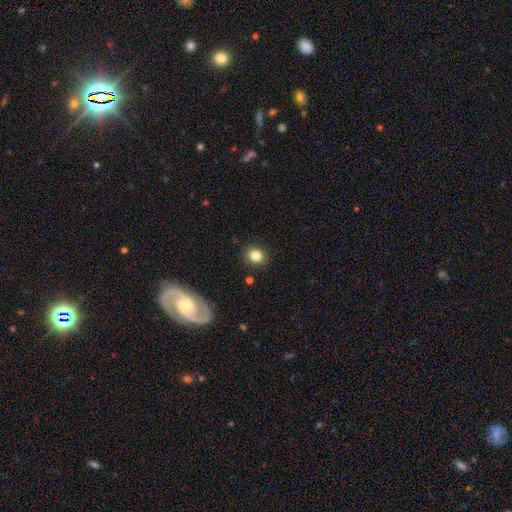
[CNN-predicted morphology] This appears to be a smooth galaxy with no disk features (83%) that is round (79%). Merging: none (89%).